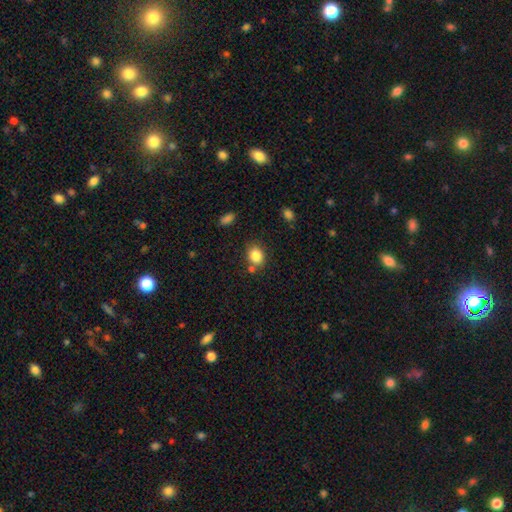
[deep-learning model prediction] This appears to be a smooth galaxy with no disk features (85%) that is round (54%). Merging: none (73%).